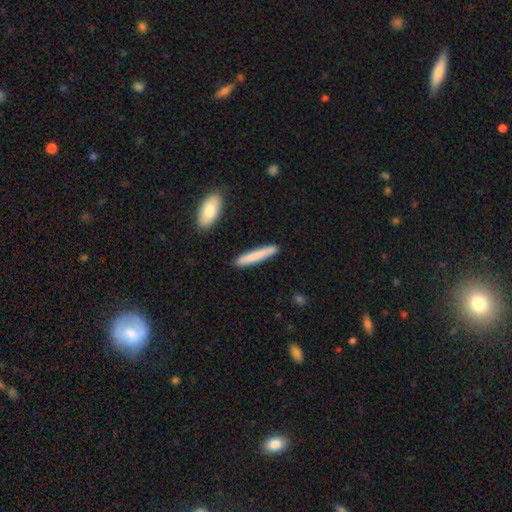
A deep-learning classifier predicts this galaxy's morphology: A smooth galaxy with no disk features (78%) that is cigar-shaped (94%).

Vote fractions:
- Smooth or featured? smooth: 78% / featured or disk: 17% / star or artifact: 5%
- How rounded? cigar-shaped: 94% / in between: 5% / round: 1%
- Merging? none: 89% / minor disturbance: 7% / merger: 2% / major disturbance: 2%